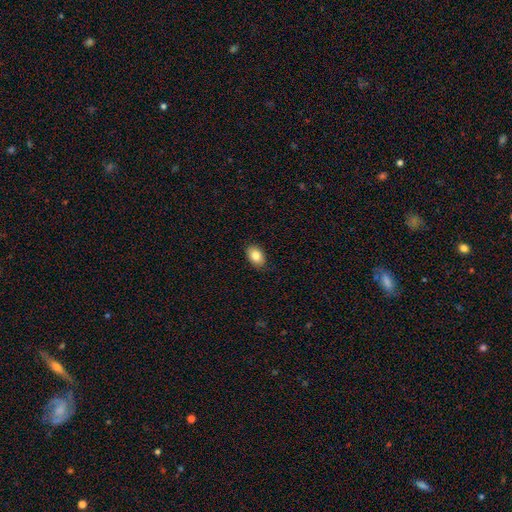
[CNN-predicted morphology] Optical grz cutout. It shows a smooth galaxy with no disk features (83%) that is in between round and cigar-shaped (85%). Merging: none (86%).